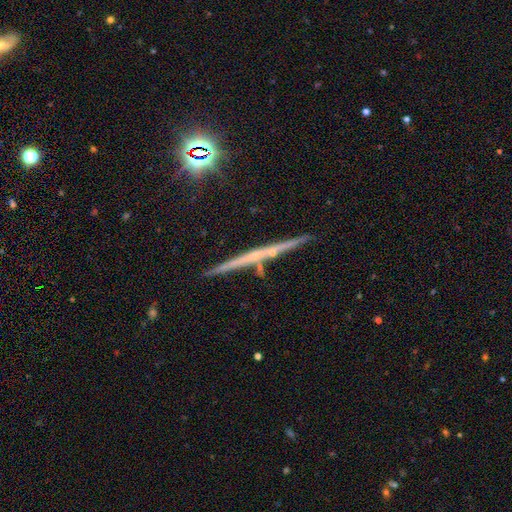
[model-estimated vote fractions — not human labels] A featured or disk galaxy (65%) viewed edge-on (97%) with no central bulge (72%).

Vote fractions:
- Smooth or featured? featured or disk: 65% / smooth: 21% / star or artifact: 14%
- Edge-on disk? yes: 97% / no: 3%
- Edge-on bulge? none: 72% / rounded: 22% / boxy: 5%
- Merging? none: 86% / minor disturbance: 8% / merger: 4% / major disturbance: 2%